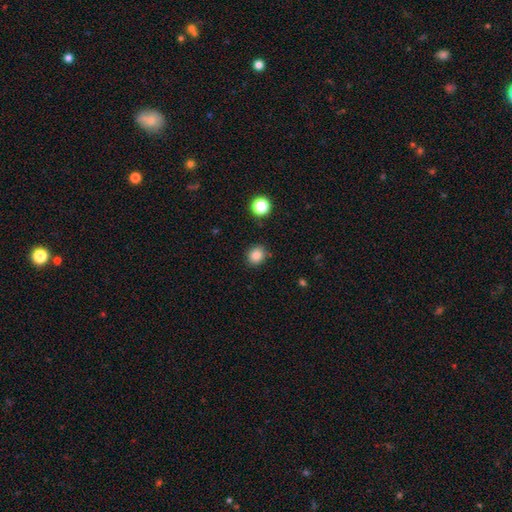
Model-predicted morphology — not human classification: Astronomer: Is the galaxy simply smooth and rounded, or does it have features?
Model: smooth — 84%.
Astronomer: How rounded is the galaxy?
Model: round — 72%.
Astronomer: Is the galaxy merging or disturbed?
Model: none — 84%.